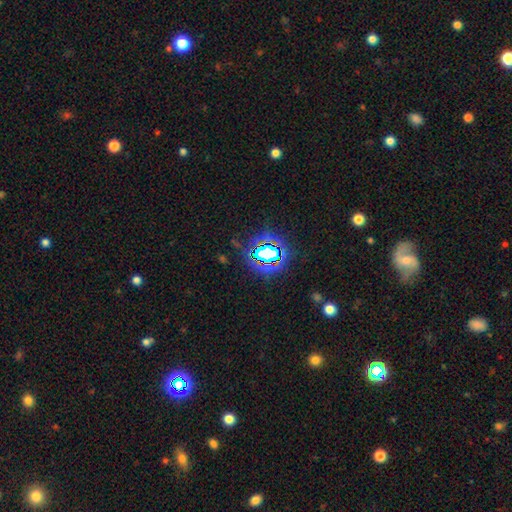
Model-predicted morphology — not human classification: This is likely a star or artifact rather than a galaxy (75%).